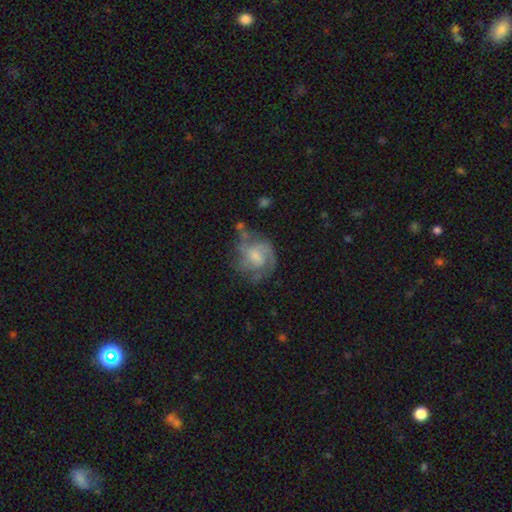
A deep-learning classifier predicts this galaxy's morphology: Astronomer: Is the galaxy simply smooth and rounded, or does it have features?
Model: featured or disk — 67%.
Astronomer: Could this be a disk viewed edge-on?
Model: no — 98%.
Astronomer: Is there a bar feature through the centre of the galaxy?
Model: no — 65%.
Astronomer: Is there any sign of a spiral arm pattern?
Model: yes — 82%.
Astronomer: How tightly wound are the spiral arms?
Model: medium — 45% (runner-up: tight, 35%).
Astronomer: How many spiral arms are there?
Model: can't tell — 30% (runner-up: 2, 28%).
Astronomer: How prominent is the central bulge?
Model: small — 43% (runner-up: moderate, 39%).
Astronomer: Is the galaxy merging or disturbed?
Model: none — 50%.